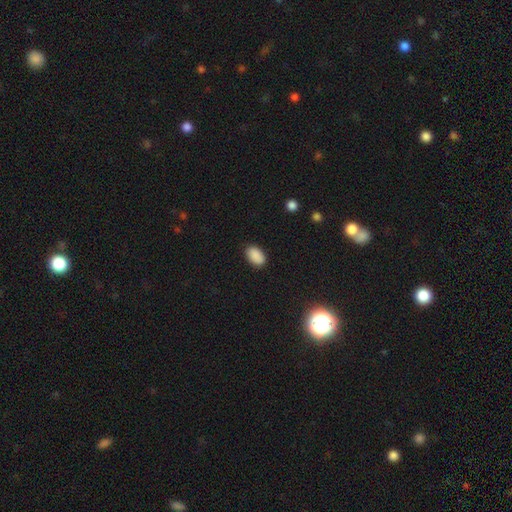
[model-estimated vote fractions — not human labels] This appears to be a smooth galaxy with no disk features (89%) that is in between round and cigar-shaped (92%). Merging: none (88%).